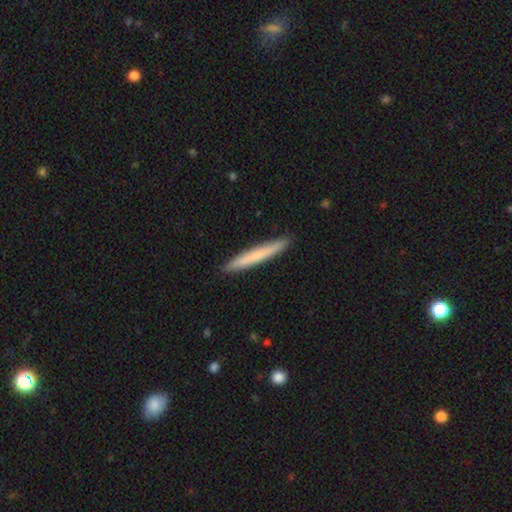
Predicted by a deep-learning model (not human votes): Q: Smooth or featured?
A: smooth (70%); runner-up: featured or disk (25%)
Q: How rounded?
A: cigar-shaped (97%); runner-up: in between (2%)
Q: Merging?
A: none (91%); runner-up: minor disturbance (6%)